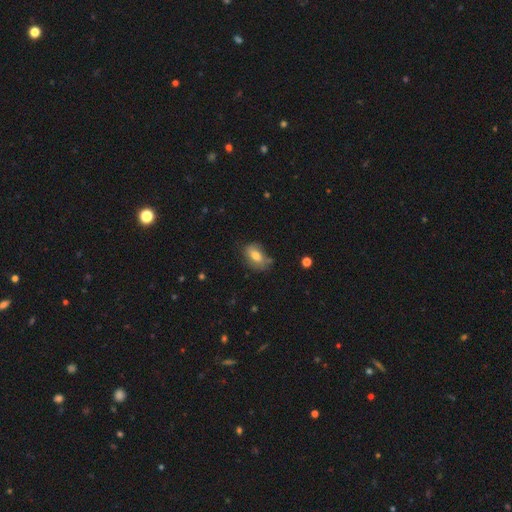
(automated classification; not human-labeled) Smooth or featured? smooth (71%)
How rounded? in between (86%)
Merging? none (59%)